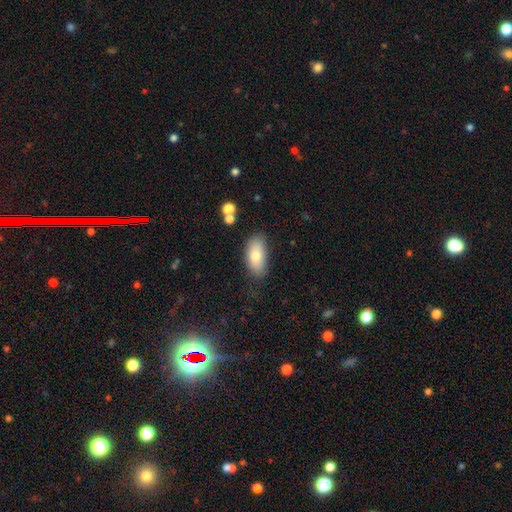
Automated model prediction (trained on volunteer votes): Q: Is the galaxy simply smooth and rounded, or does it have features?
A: smooth — 77%.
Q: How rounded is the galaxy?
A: in between — 91%.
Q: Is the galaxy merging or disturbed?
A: none — 72%.